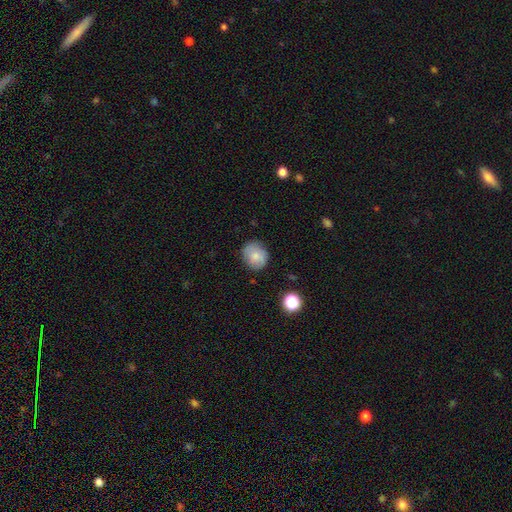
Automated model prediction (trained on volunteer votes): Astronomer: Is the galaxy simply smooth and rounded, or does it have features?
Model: smooth — 79%.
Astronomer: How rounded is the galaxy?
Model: round — 67%.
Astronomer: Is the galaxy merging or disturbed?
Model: none — 80%.